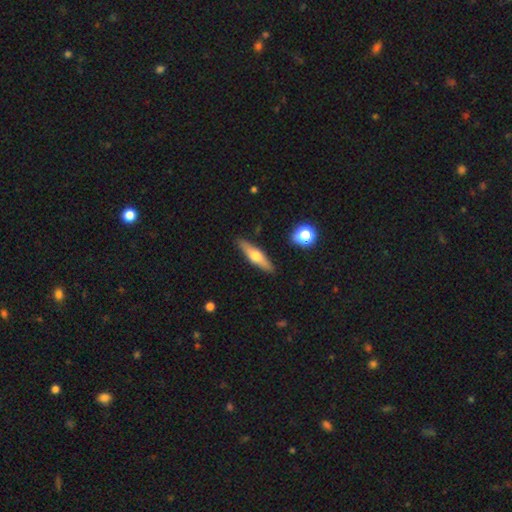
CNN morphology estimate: Q: Smooth or featured?
A: featured or disk (51%); runner-up: smooth (42%)
Q: Edge-on disk?
A: yes (91%); runner-up: no (9%)
Q: Merging?
A: none (89%); runner-up: minor disturbance (8%)